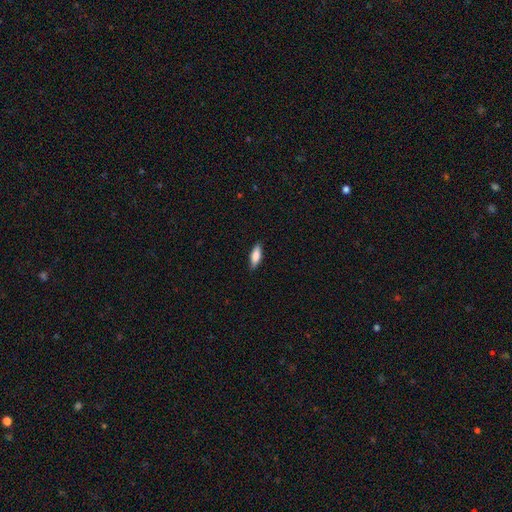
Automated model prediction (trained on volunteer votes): The model was most divided on "how rounded": in between: 61%, cigar-shaped: 37%, round: 2%. More confident: merging — none (85%); smooth or featured — smooth (81%).